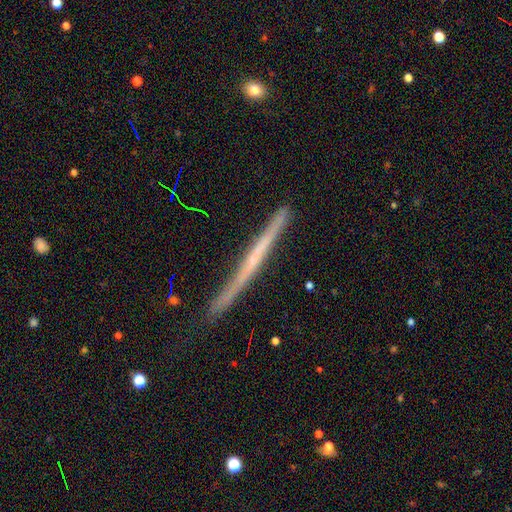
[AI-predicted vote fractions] A featured or disk galaxy (64%) viewed edge-on (97%) with no central bulge (80%). Merging: none (77%).